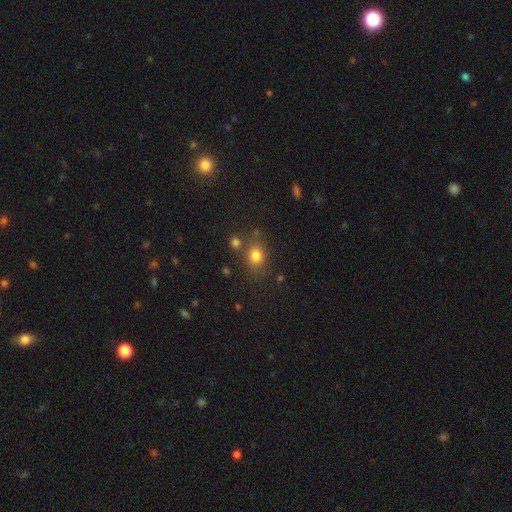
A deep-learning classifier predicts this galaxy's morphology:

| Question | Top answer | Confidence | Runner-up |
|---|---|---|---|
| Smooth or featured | smooth | 79% | star or artifact (13%) |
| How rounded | round | 52% | in between (46%) |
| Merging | none | 70% | minor disturbance (14%) |